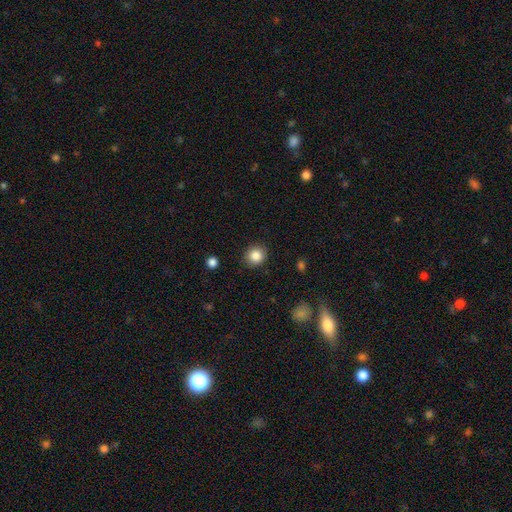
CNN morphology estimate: Smooth or featured? Predicted: smooth (p=0.85). How rounded? Predicted: round (p=0.84). Merging? Predicted: none (p=0.89).